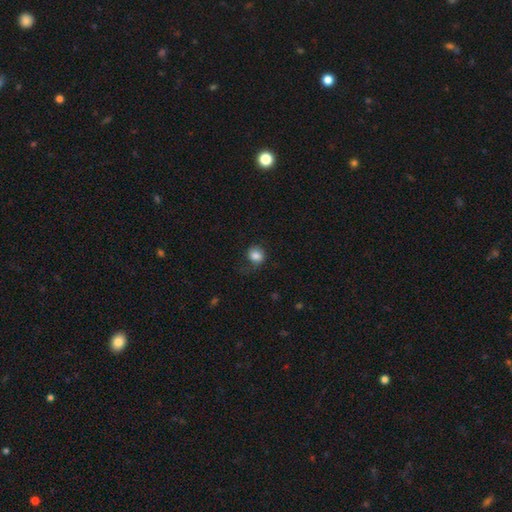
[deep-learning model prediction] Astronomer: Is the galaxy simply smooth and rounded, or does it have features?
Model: smooth — 81%.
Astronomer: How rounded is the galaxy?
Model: round — 70%.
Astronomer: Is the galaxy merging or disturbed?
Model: none — 57%.